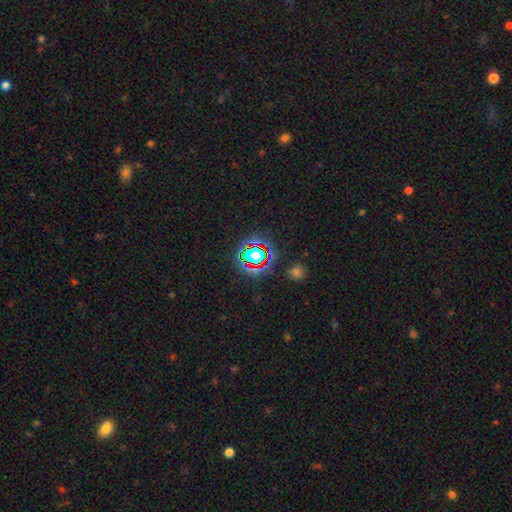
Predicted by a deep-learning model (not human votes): Smooth or featured? Predicted: star or artifact (p=0.64).